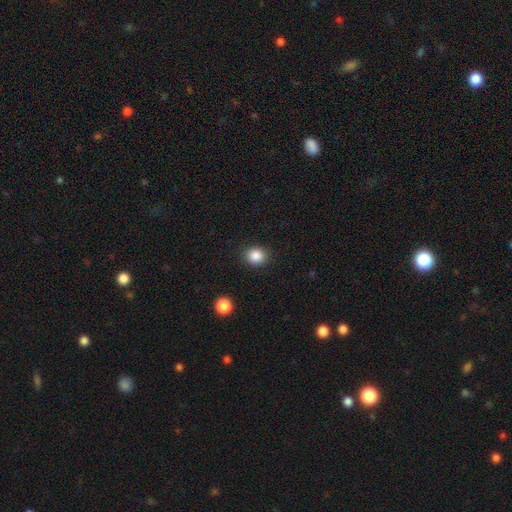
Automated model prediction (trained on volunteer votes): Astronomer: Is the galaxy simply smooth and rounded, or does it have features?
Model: smooth — 86%.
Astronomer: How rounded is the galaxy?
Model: round — 72%.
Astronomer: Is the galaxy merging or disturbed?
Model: none — 89%.